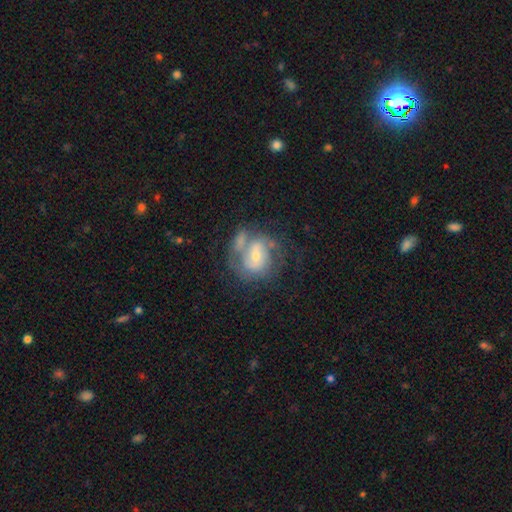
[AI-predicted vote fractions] Smooth or featured?
  - featured or disk: 74% *
  - smooth: 19%
  - star or artifact: 7%
Edge-on disk?
  - no: 97% *
  - yes: 3%
Bar?
  - no: 48% *
  - weak: 40%
  - strong: 13%
Spiral arms?
  - yes: 82% *
  - no: 18%
Spiral winding?
  - tight: 45% *
  - medium: 40%
  - loose: 15%
Spiral arm count?
  - 2: 47% *
  - can't tell: 30%
  - 3: 10%
  - 1: 7%
  - 4: 3%
  - more than 4: 3%
Bulge size?
  - small: 52% *
  - moderate: 42%
  - large: 3%
  - none: 2%
  - dominant: 1%
Merging?
  - none: 43% *
  - merger: 21%
  - minor disturbance: 18%
  - major disturbance: 17%